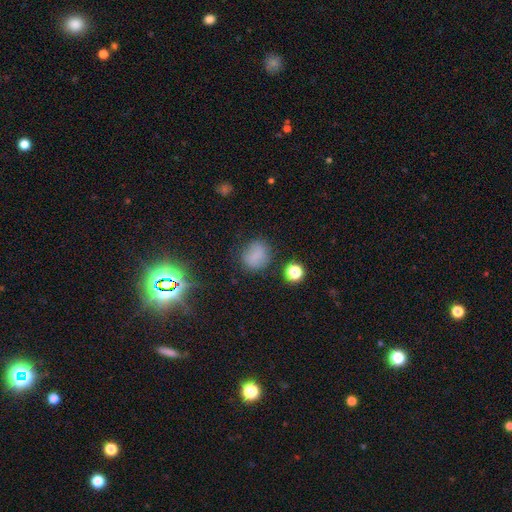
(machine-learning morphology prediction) Q: Smooth or featured?
A: smooth (75%); runner-up: star or artifact (16%)
Q: How rounded?
A: round (65%); runner-up: in between (34%)
Q: Merging?
A: none (77%); runner-up: minor disturbance (15%)